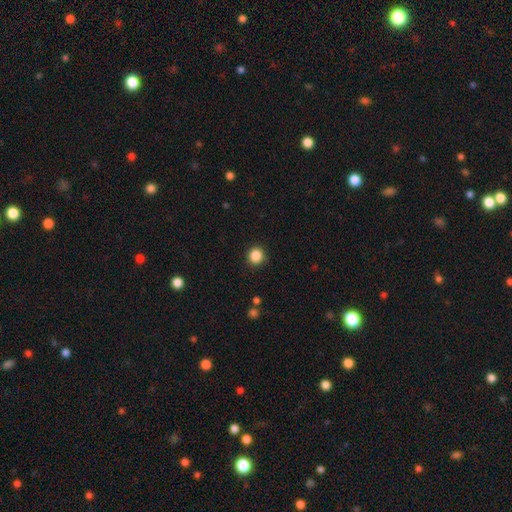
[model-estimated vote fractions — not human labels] Overall: smooth (86%). How rounded: round (93%). Merging: none (92%).